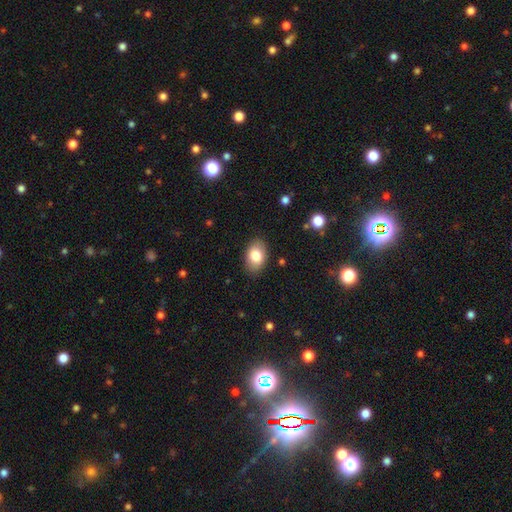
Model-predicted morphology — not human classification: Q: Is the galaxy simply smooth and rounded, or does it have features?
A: smooth — 81%.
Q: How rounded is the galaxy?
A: in between — 88%.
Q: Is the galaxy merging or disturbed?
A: none — 86%.